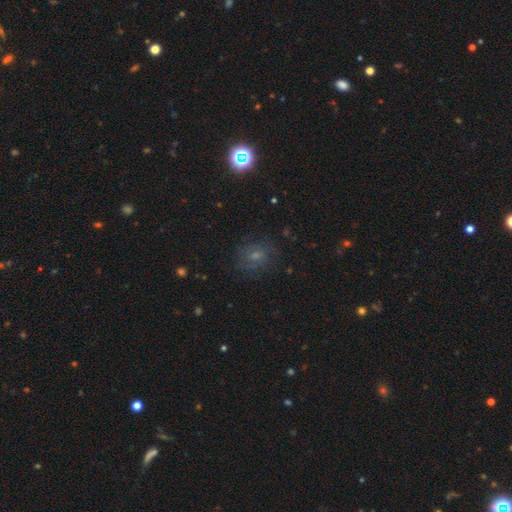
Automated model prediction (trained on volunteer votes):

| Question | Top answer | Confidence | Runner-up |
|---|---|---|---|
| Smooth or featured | smooth | 42% | featured or disk (31%) |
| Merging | none | 77% | minor disturbance (14%) |